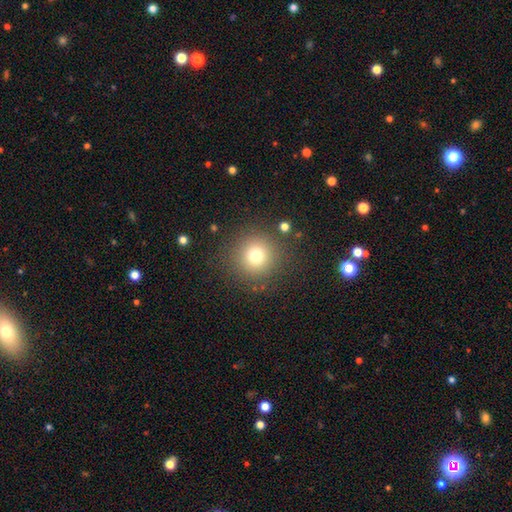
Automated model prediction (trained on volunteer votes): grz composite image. It shows a smooth galaxy with no disk features (75%) that is round (95%). Merging: none (87%).